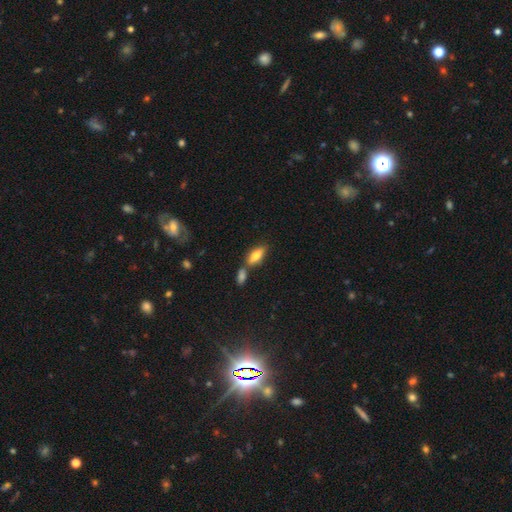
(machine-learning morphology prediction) This is likely a smooth galaxy (73%). How rounded: likely in between (74%). Merging: possibly none (59%).